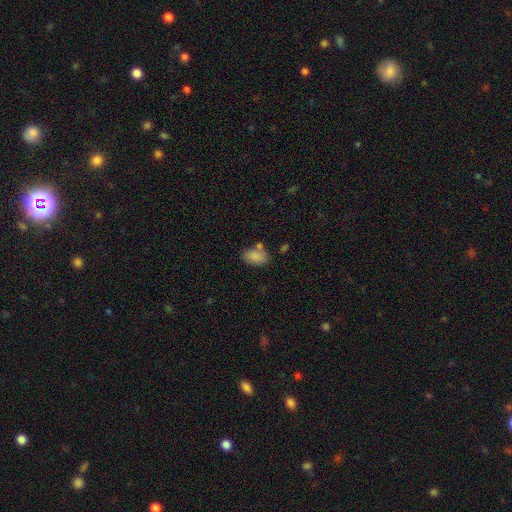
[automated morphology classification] The model was most divided on "merging": none: 62%, merger: 17%, minor disturbance: 16%, major disturbance: 5%. More confident: how rounded — in between (90%); smooth or featured — smooth (85%).